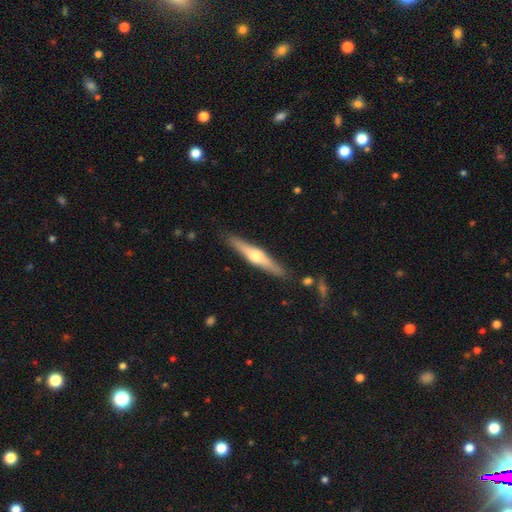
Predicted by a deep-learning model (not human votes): featured or disk 64%, smooth 31%, star or artifact 5%. Down the decision tree: edge-on disk — yes (97%); edge-on bulge — rounded (92%); merging — none (88%).